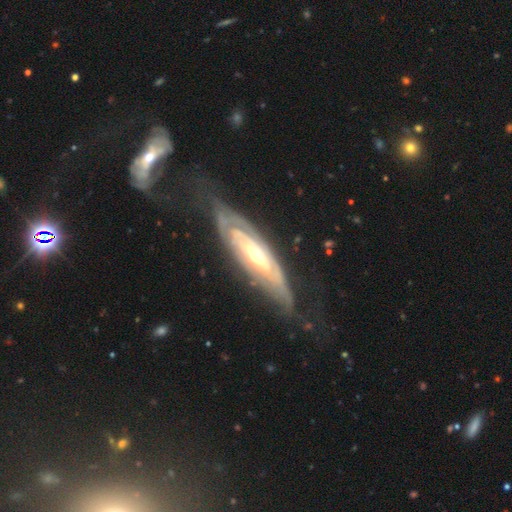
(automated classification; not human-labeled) Smooth or featured? featured or disk (84%)
Edge-on disk? no (74%)
Bar? no (51%)
Spiral arms? yes (82%)
Spiral winding? tight (67%)
Spiral arm count? can't tell (57%)
Bulge size? moderate (61%)
Merging? none (53%)